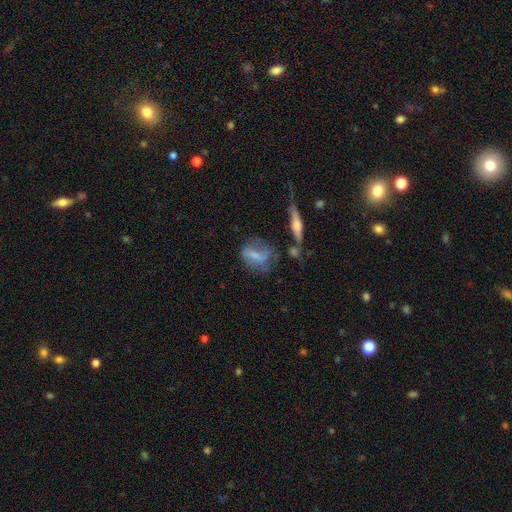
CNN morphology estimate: Smooth or featured: smooth — 48% (featured or disk — 42%)
Merging: none — 43% (minor disturbance — 26%)